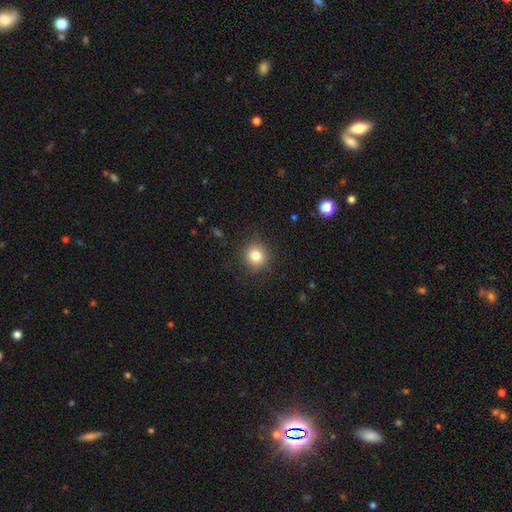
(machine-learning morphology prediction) A smooth galaxy with no disk features (81%) that is round (91%). Merging: none (88%).